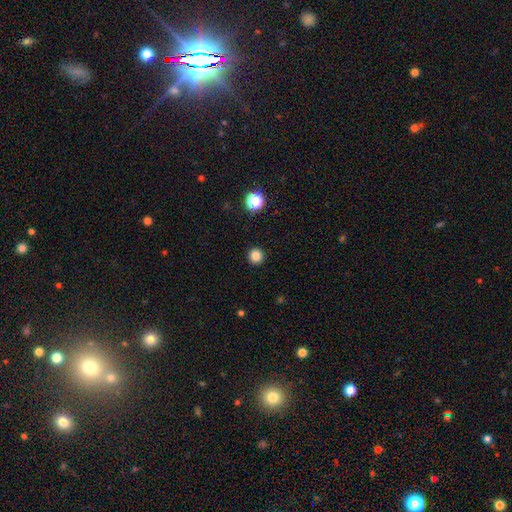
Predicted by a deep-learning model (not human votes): A smooth galaxy with no disk features (84%) that is round (96%).

Vote fractions:
- Smooth or featured? smooth: 84% / star or artifact: 13% / featured or disk: 3%
- How rounded? round: 96% / in between: 3% / cigar-shaped: 1%
- Merging? none: 93% / minor disturbance: 4% / major disturbance: 2% / merger: 1%